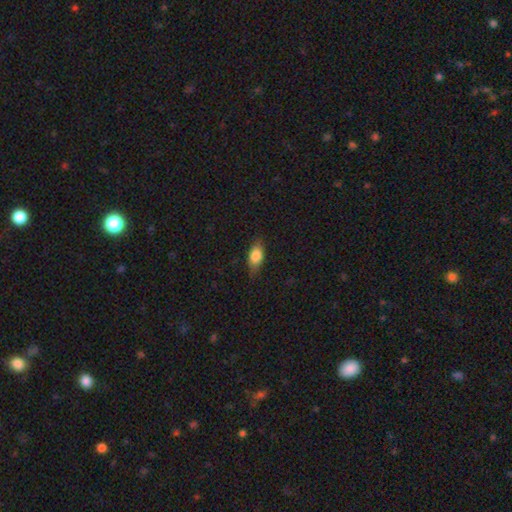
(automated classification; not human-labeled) This appears to be a smooth galaxy with no disk features (81%) that is in between round and cigar-shaped (85%). Merging: none (77%).